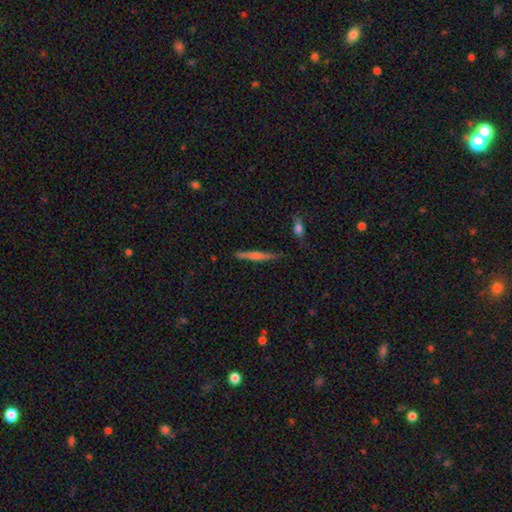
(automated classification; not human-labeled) This appears to be a featured or disk galaxy (58%) viewed edge-on (97%) with a rounded central bulge (63%). Merging: none (87%).